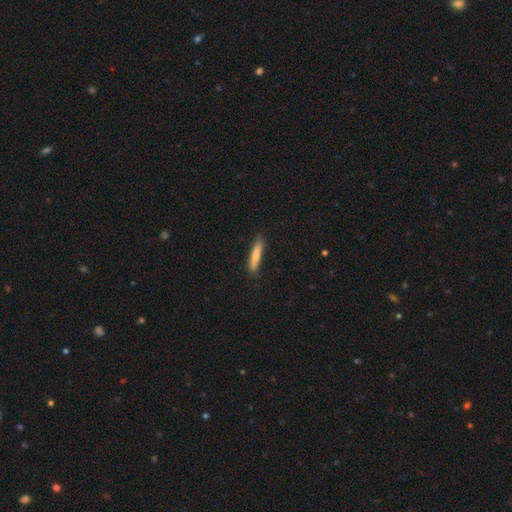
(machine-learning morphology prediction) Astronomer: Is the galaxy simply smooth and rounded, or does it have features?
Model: smooth — 74%.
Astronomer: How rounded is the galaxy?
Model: cigar-shaped — 86%.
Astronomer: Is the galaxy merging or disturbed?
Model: none — 85%.